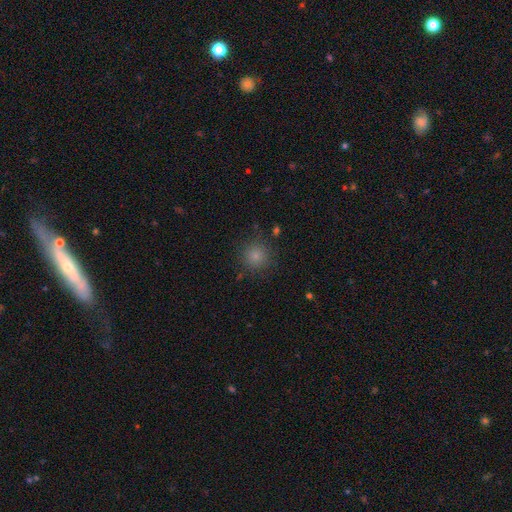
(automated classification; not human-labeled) smooth_or_featured: smooth (p=0.80) [alt: star or artifact p=0.14]
how_rounded: round (p=0.93) [alt: in between p=0.06]
merging: none (p=0.85) [alt: minor disturbance p=0.09]